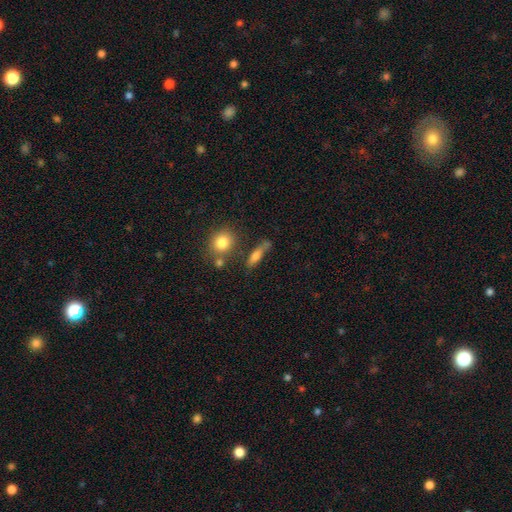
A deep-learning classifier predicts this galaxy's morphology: The model was most divided on "how rounded": cigar-shaped: 57%, in between: 34%, round: 9%. More confident: smooth or featured — smooth (68%); merging — none (61%).